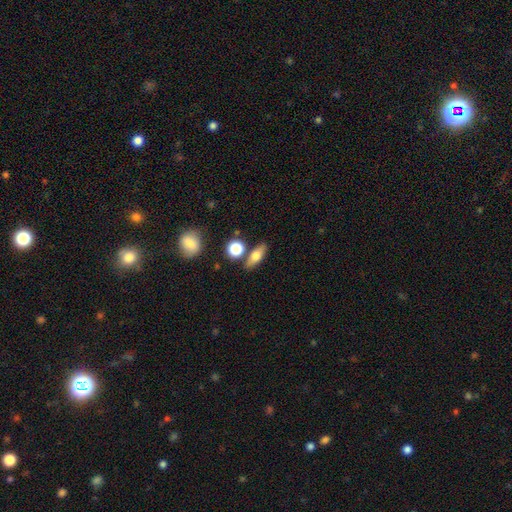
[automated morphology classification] Q: Smooth or featured?
A: smooth (64%); runner-up: featured or disk (26%)
Q: How rounded?
A: in between (56%); runner-up: cigar-shaped (30%)
Q: Merging?
A: none (77%); runner-up: minor disturbance (10%)